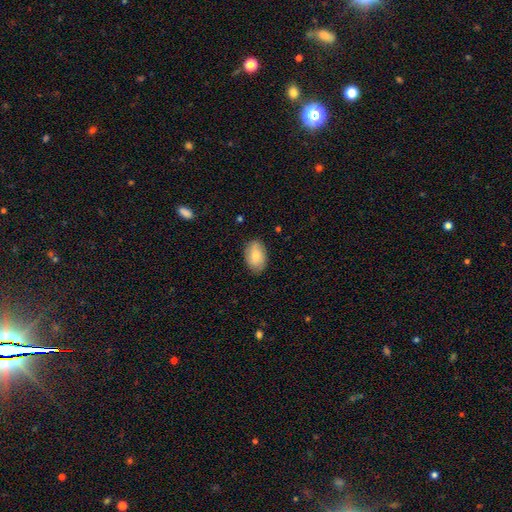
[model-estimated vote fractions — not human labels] Q: Smooth or featured?
A: smooth (77%); runner-up: featured or disk (16%)
Q: How rounded?
A: in between (90%); runner-up: round (9%)
Q: Merging?
A: none (81%); runner-up: minor disturbance (15%)